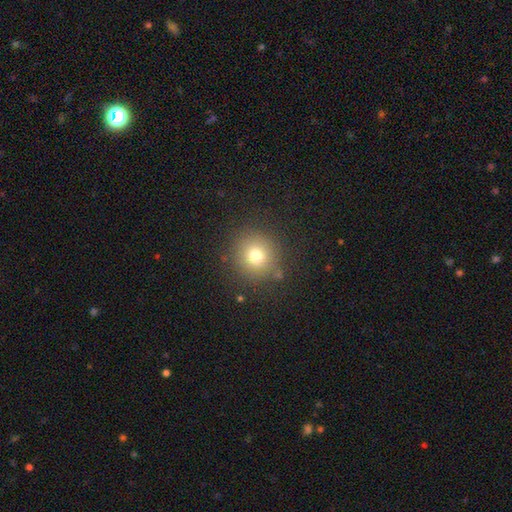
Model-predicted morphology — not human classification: Smooth or featured: smooth — 74% (star or artifact — 16%)
How rounded: round — 92% (in between — 7%)
Merging: none — 83% (minor disturbance — 10%)